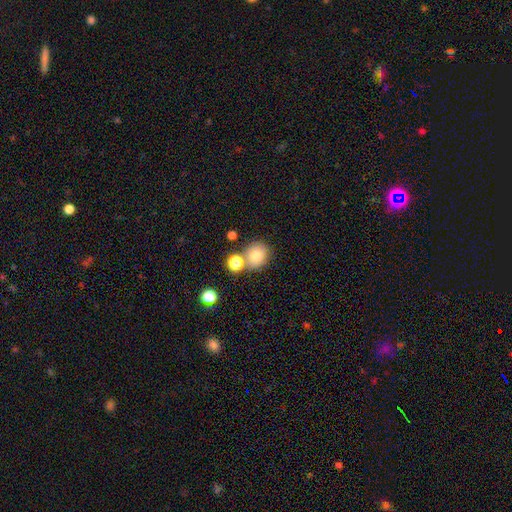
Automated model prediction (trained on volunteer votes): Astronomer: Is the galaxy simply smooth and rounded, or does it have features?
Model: smooth — 76%.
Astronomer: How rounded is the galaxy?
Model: round — 79%.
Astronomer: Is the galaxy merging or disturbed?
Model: none — 65%.